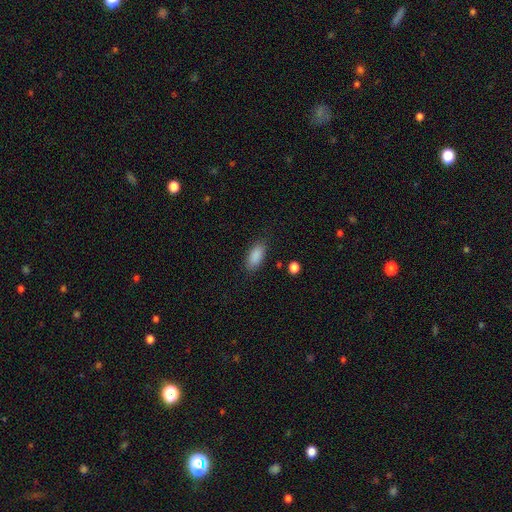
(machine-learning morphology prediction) A smooth galaxy with no disk features (89%) that is in between round and cigar-shaped (88%). Merging: none (84%).